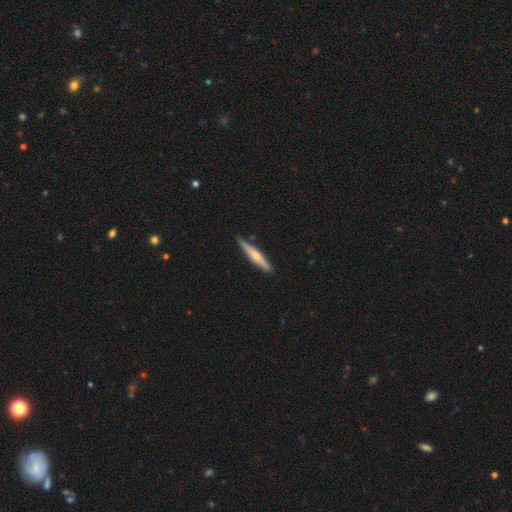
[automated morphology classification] smooth_or_featured: featured or disk (p=0.48) [alt: smooth p=0.47]
merging: none (p=0.87) [alt: minor disturbance p=0.10]